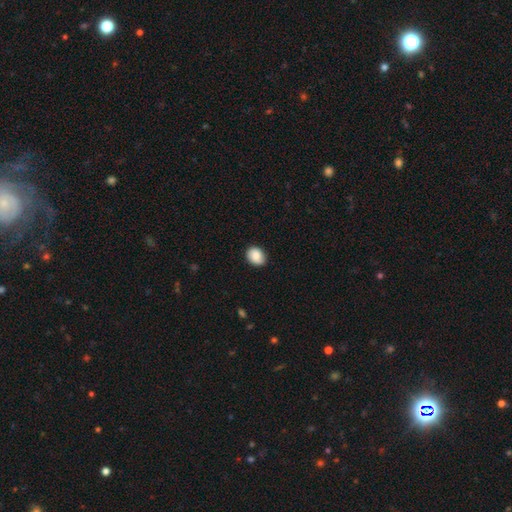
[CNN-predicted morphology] A smooth galaxy with no disk features (86%) that is in between round and cigar-shaped (54%). Merging: none (84%).